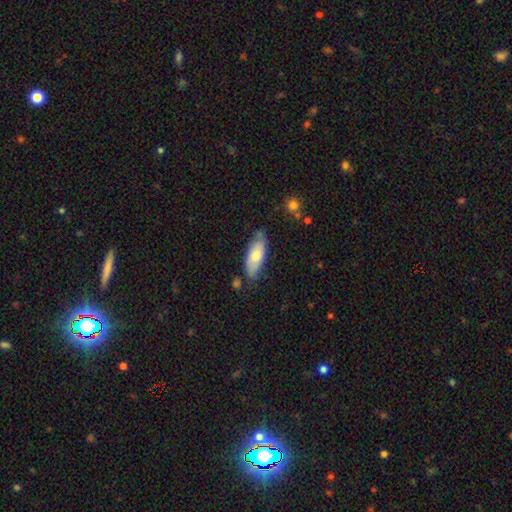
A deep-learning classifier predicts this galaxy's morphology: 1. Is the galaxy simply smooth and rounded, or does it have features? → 66% smooth, 29% featured or disk, 6% star or artifact.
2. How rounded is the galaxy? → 77% in between, 21% cigar-shaped, 2% round.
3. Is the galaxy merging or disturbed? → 72% none, 21% minor disturbance, 3% major disturbance, 3% merger.